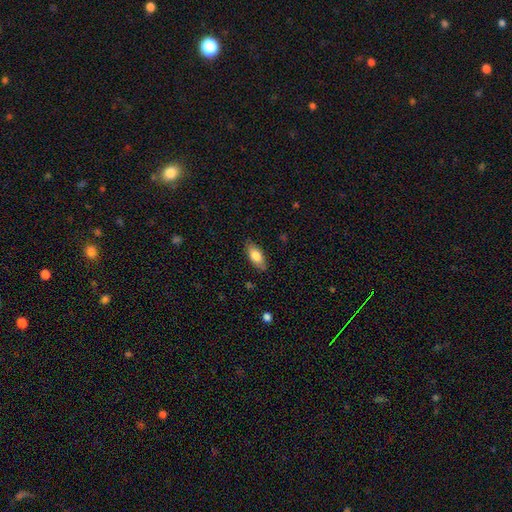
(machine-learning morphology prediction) A smooth galaxy with no disk features (81%) that is in between round and cigar-shaped (85%).

Vote fractions:
- Smooth or featured? smooth: 81% / featured or disk: 13% / star or artifact: 6%
- How rounded? in between: 85% / cigar-shaped: 13% / round: 2%
- Merging? none: 85% / minor disturbance: 12% / major disturbance: 3% / merger: 1%